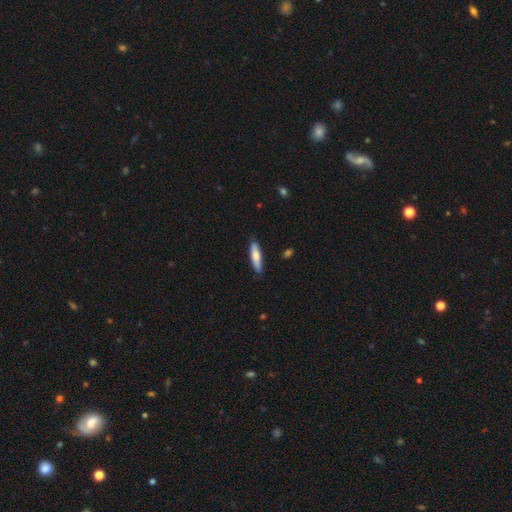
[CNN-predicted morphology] smooth_or_featured: smooth (p=0.70) [alt: featured or disk p=0.25]
how_rounded: cigar-shaped (p=0.74) [alt: in between p=0.25]
merging: none (p=0.87) [alt: minor disturbance p=0.10]